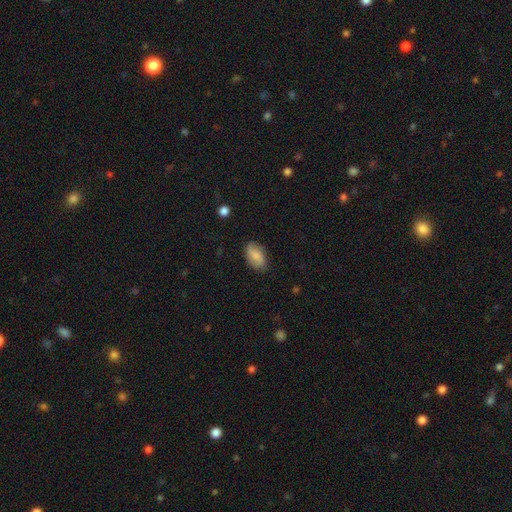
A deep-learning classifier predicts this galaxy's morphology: Overall: smooth (74%). How rounded: in between (93%). Merging: none (80%).